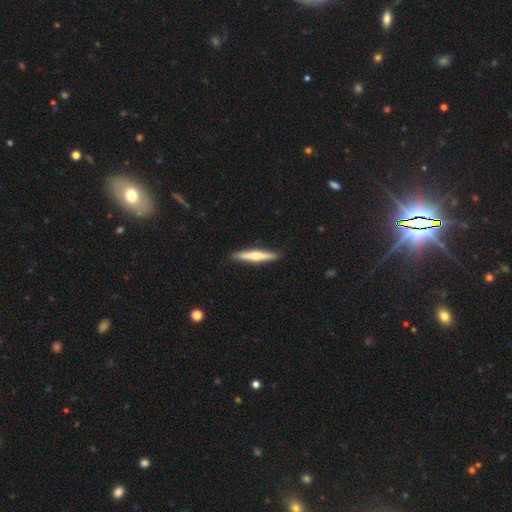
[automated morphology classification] smooth_or_featured: featured or disk (p=0.55) [alt: smooth p=0.40]
disk_edge_on: yes (p=0.97) [alt: no p=0.03]
edge_on_bulge: rounded (p=0.85) [alt: none p=0.10]
merging: none (p=0.91) [alt: minor disturbance p=0.07]